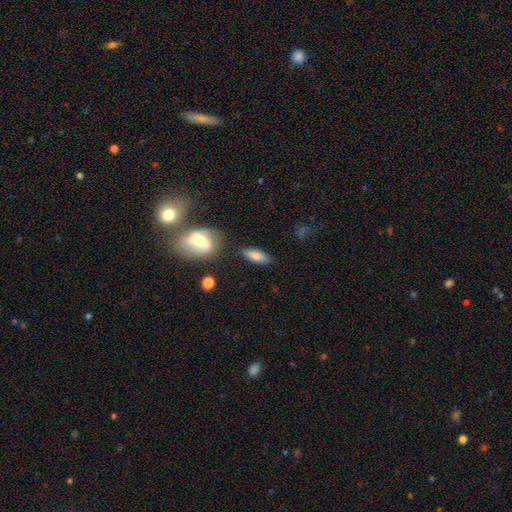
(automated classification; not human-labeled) smooth 78%, featured or disk 15%, star or artifact 7%. Down the decision tree: how rounded — in between (67%); merging — none (78%).